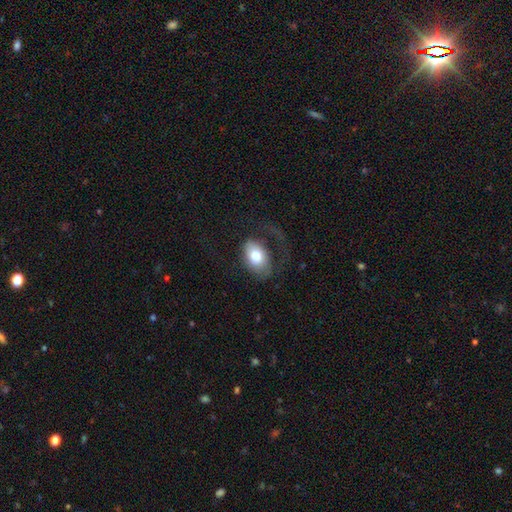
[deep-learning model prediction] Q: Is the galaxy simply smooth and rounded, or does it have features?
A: smooth — 71%.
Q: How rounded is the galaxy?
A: in between — 79%.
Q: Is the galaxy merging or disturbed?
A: none — 42%.